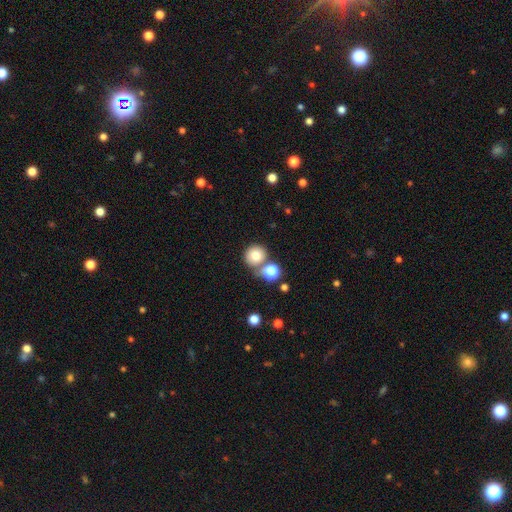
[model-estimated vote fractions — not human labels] Smooth or featured? Predicted: smooth (p=0.77). How rounded? Predicted: round (p=0.89). Merging? Predicted: none (p=0.65).